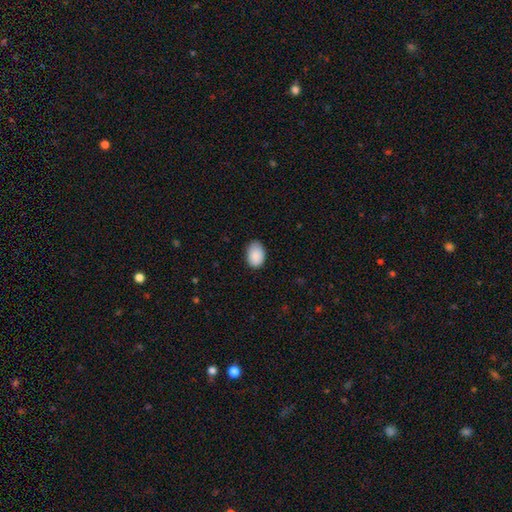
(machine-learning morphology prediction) A smooth galaxy with no disk features (90%) that is in between round and cigar-shaped (85%).

Vote fractions:
- Smooth or featured? smooth: 90% / star or artifact: 7% / featured or disk: 3%
- How rounded? in between: 85% / round: 14% / cigar-shaped: 1%
- Merging? none: 79% / minor disturbance: 18% / major disturbance: 3% / merger: 1%